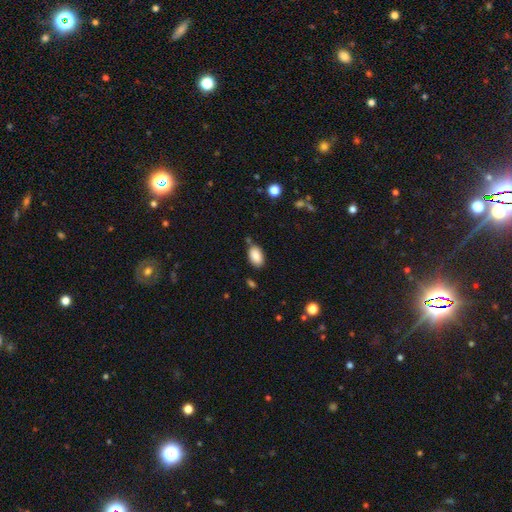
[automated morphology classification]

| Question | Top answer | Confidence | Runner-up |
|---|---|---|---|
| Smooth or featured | smooth | 88% | star or artifact (7%) |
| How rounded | in between | 93% | round (6%) |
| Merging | none | 78% | minor disturbance (14%) |